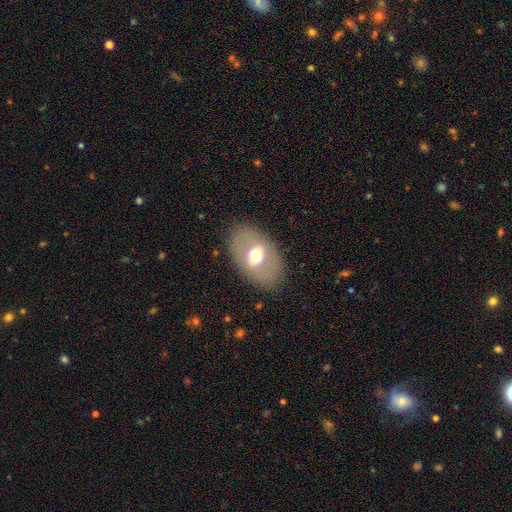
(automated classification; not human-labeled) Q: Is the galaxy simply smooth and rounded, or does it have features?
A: smooth — 52%.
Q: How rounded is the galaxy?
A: in between — 84%.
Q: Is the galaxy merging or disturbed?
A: none — 82%.